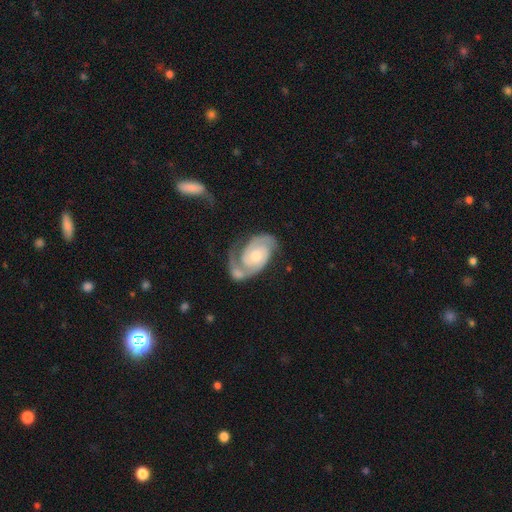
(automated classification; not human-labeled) smooth_or_featured: featured or disk (p=0.86) [alt: smooth p=0.09]
disk_edge_on: no (p=0.97) [alt: yes p=0.03]
bar: no (p=0.71) [alt: weak p=0.24]
has_spiral_arms: yes (p=0.96) [alt: no p=0.04]
spiral_winding: tight (p=0.51) [alt: medium p=0.37]
spiral_arm_count: 2 (p=0.81) [alt: 1 p=0.09]
bulge_size: moderate (p=0.56) [alt: small p=0.38]
merging: none (p=0.46) [alt: minor disturbance p=0.20]